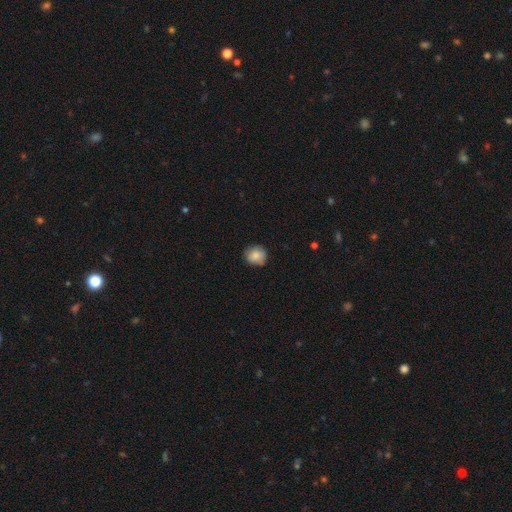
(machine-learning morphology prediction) Smooth or featured? smooth (84%)
How rounded? round (87%)
Merging? none (81%)